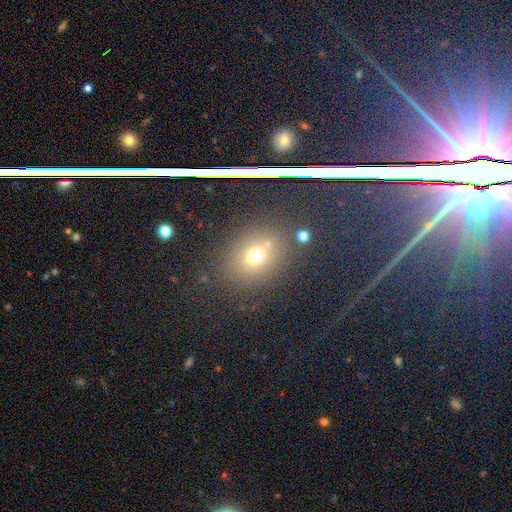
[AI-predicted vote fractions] A smooth galaxy with no disk features (45%). Merging: none (86%).